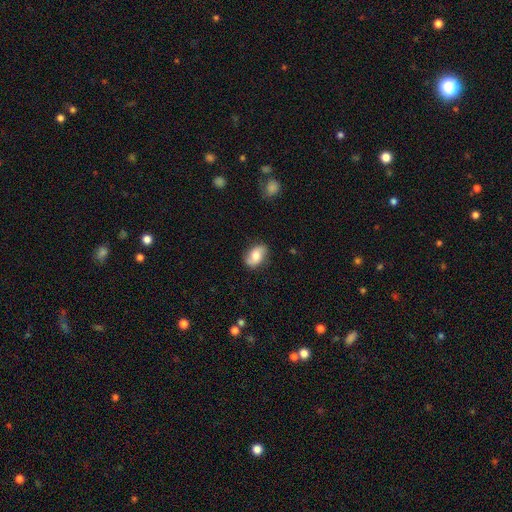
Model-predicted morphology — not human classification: type=smooth (60%); roundness=in between (86%); merging=none (78%).